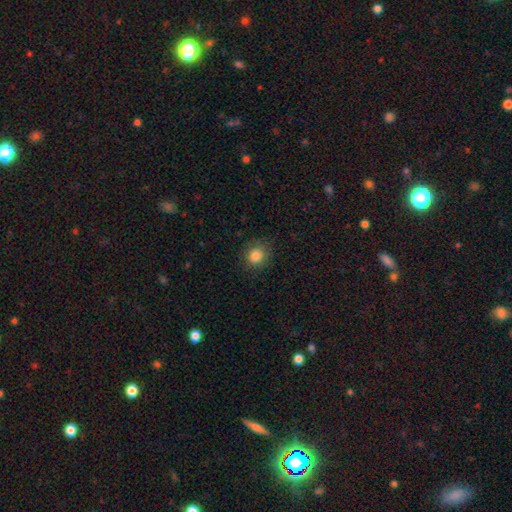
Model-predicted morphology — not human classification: A smooth galaxy with no disk features (85%) that is round (80%).

Vote fractions:
- Smooth or featured? smooth: 85% / star or artifact: 10% / featured or disk: 5%
- How rounded? round: 80% / in between: 19% / cigar-shaped: 1%
- Merging? none: 81% / minor disturbance: 14% / major disturbance: 4% / merger: 1%